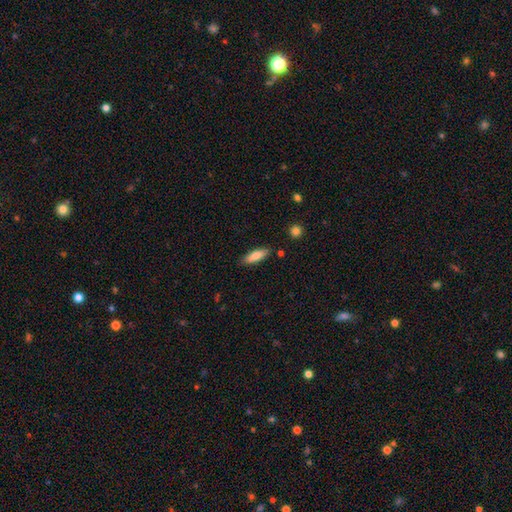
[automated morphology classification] Smooth or featured: smooth — 80% (featured or disk — 14%)
How rounded: in between — 52% (cigar-shaped — 46%)
Merging: none — 84% (minor disturbance — 11%)